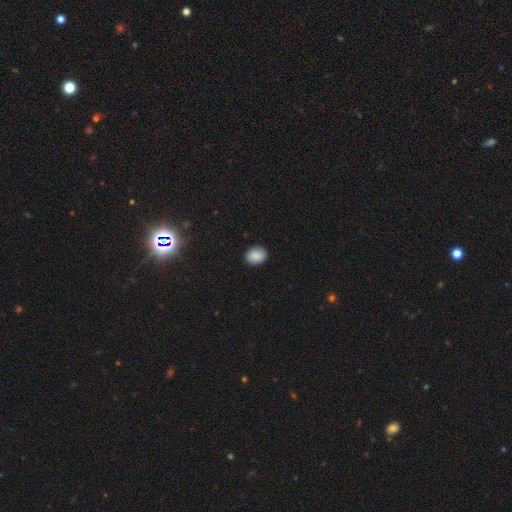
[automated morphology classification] Smooth or featured?
  - smooth: 88% *
  - star or artifact: 8%
  - featured or disk: 4%
How rounded?
  - round: 53% *
  - in between: 46%
  - cigar-shaped: 1%
Merging?
  - none: 89% *
  - minor disturbance: 8%
  - major disturbance: 2%
  - merger: 1%